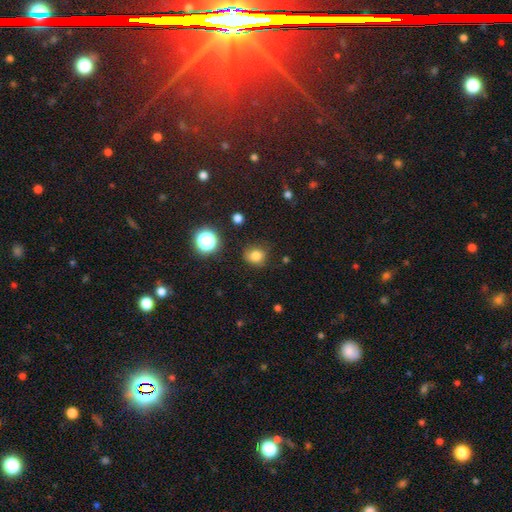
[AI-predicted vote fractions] Smooth or featured? smooth (79%)
How rounded? round (73%)
Merging? none (78%)